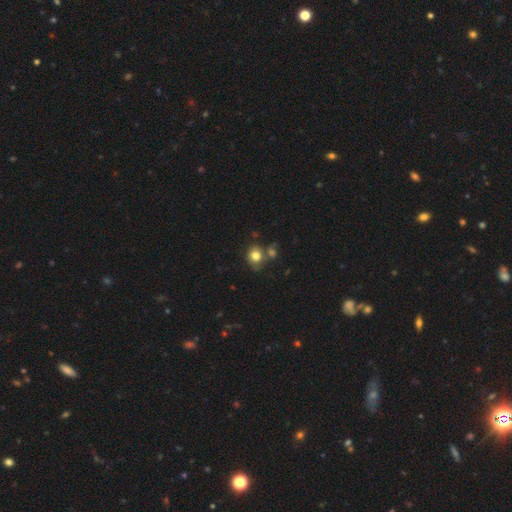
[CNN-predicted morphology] smooth-or-featured: smooth: 79% | featured or disk: 10% | star or artifact: 10%
  how-rounded: round: 75% | in between: 24% | cigar-shaped: 1%
  merging: none: 54% | merger: 24% | minor disturbance: 15% | major disturbance: 6%